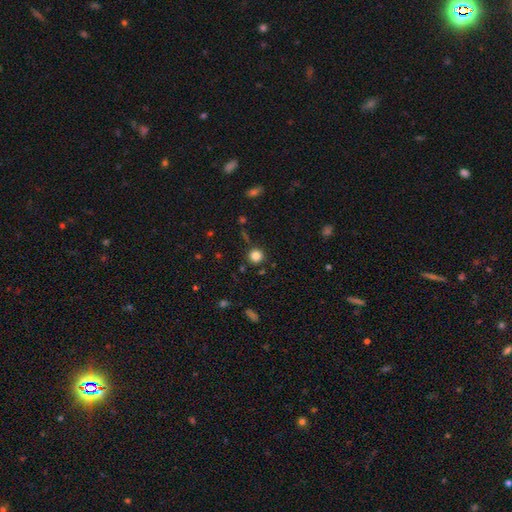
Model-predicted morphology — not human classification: Overall: smooth (83%). How rounded: round (94%). Merging: none (88%).